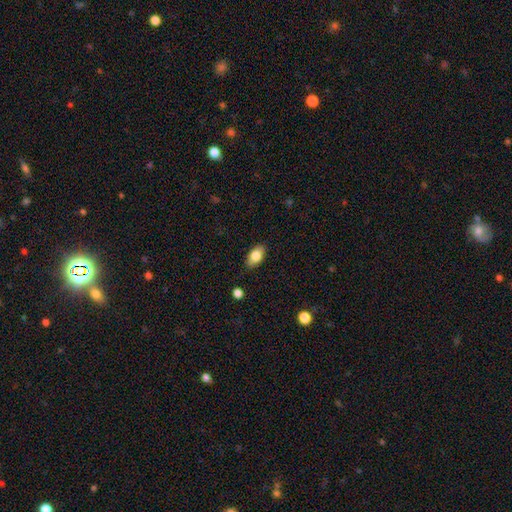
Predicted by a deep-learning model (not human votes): Morphology: type=smooth (82%); roundness=in between (91%); merging=none (85%).